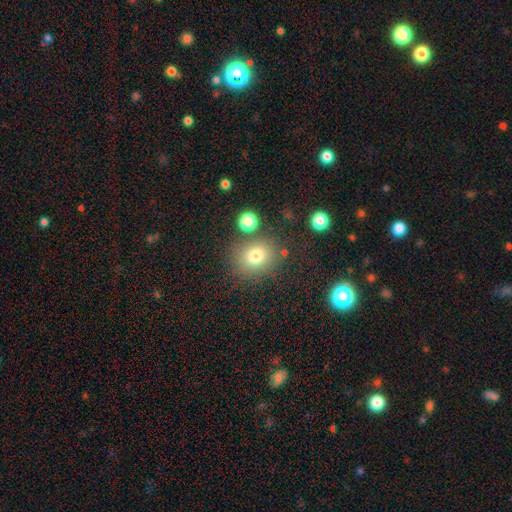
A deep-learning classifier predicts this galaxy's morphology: Smooth or featured?
  - smooth: 76% *
  - star or artifact: 14%
  - featured or disk: 10%
How rounded?
  - round: 68% *
  - in between: 31%
  - cigar-shaped: 1%
Merging?
  - none: 75% *
  - minor disturbance: 12%
  - merger: 8%
  - major disturbance: 5%